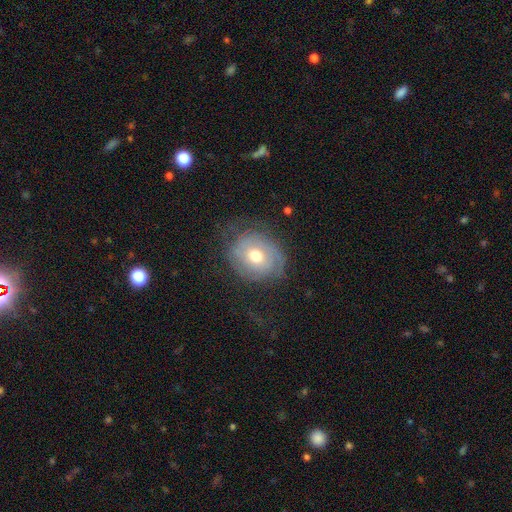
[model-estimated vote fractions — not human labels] smooth_or_featured: featured or disk (p=0.52) [alt: smooth p=0.39]
disk_edge_on: no (p=0.95) [alt: yes p=0.05]
merging: none (p=0.60) [alt: minor disturbance p=0.23]